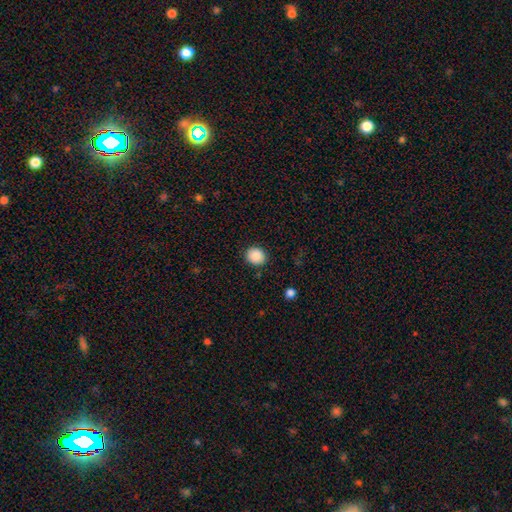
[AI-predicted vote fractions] A smooth galaxy with no disk features (89%) that is round (74%).

Vote fractions:
- Smooth or featured? smooth: 89% / star or artifact: 8% / featured or disk: 3%
- How rounded? round: 74% / in between: 25% / cigar-shaped: 1%
- Merging? none: 88% / minor disturbance: 8% / major disturbance: 3% / merger: 1%